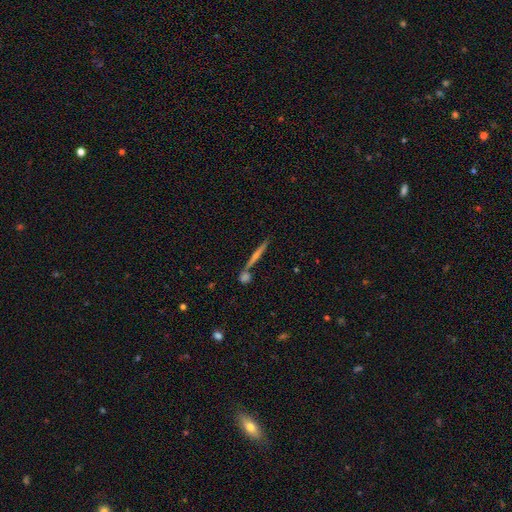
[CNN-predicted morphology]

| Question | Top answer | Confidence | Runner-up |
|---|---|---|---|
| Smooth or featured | featured or disk | 60% | smooth (30%) |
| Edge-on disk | yes | 96% | no (4%) |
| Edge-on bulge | rounded | 51% | none (40%) |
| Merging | none | 75% | merger (14%) |